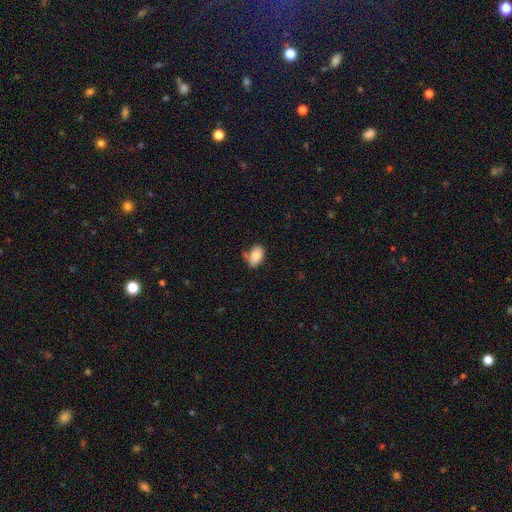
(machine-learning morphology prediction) A smooth galaxy with no disk features (87%) that is in between round and cigar-shaped (88%). Merging: none (63%).